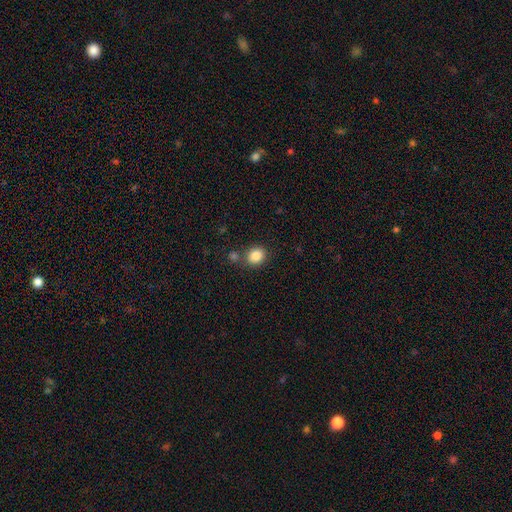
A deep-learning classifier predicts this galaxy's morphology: A smooth galaxy with no disk features (85%) that is round (69%).

Vote fractions:
- Smooth or featured? smooth: 85% / star or artifact: 10% / featured or disk: 5%
- How rounded? round: 69% / in between: 31% / cigar-shaped: 1%
- Merging? none: 75% / merger: 13% / minor disturbance: 10% / major disturbance: 3%